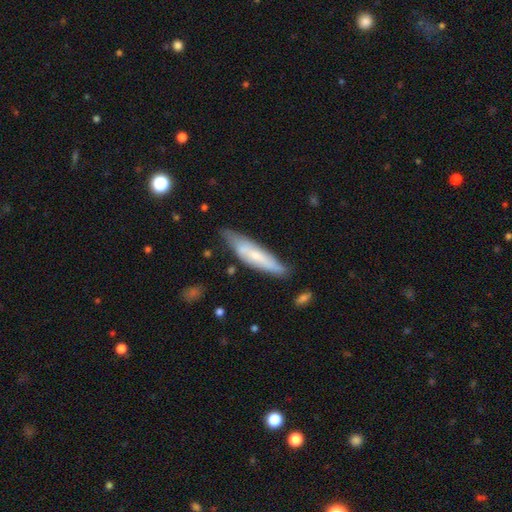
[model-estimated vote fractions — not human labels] Smooth or featured? Predicted: smooth (p=0.54). How rounded? Predicted: cigar-shaped (p=0.75). Merging? Predicted: none (p=0.66).